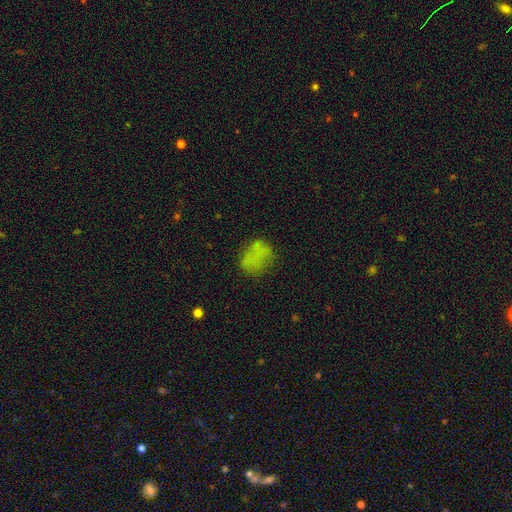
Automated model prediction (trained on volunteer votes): This appears to be a smooth galaxy with no disk features (65%) that is round (49%, tied with in between). Merging: none (61%).